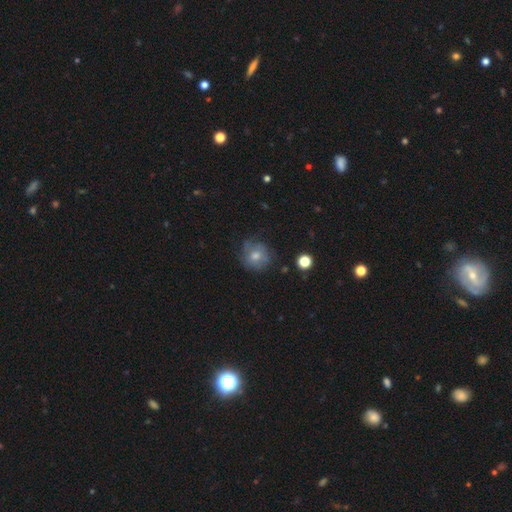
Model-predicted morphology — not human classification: type=smooth (47%); merging=none (69%).